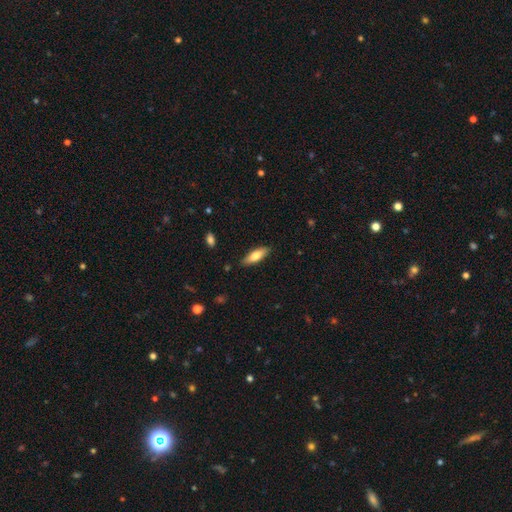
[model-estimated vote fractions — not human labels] The model was most divided on "how rounded": in between: 50%, cigar-shaped: 48%, round: 2%. More confident: merging — none (87%); smooth or featured — smooth (73%).